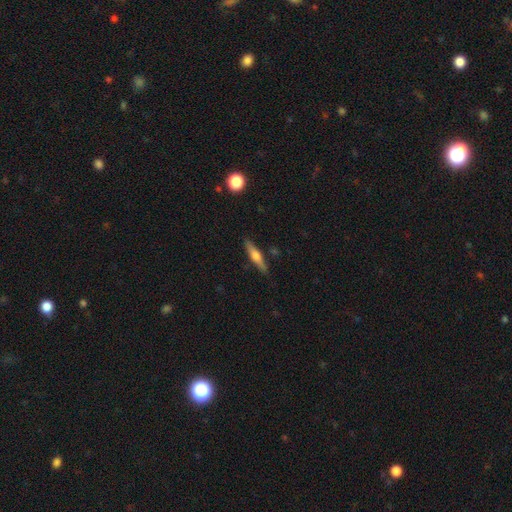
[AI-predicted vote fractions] Q: Smooth or featured?
A: featured or disk (53%); runner-up: smooth (41%)
Q: Edge-on disk?
A: yes (95%); runner-up: no (5%)
Q: Edge-on bulge?
A: rounded (87%); runner-up: boxy (8%)
Q: Merging?
A: none (86%); runner-up: minor disturbance (10%)